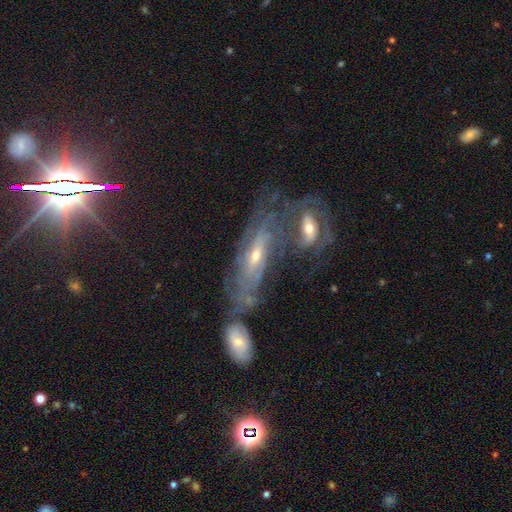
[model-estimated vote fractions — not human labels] The model was most divided on "merging": none: 46%, merger: 32%, minor disturbance: 14%, major disturbance: 8%. More confident: edge-on disk — no (65%); smooth or featured — featured or disk (63%).